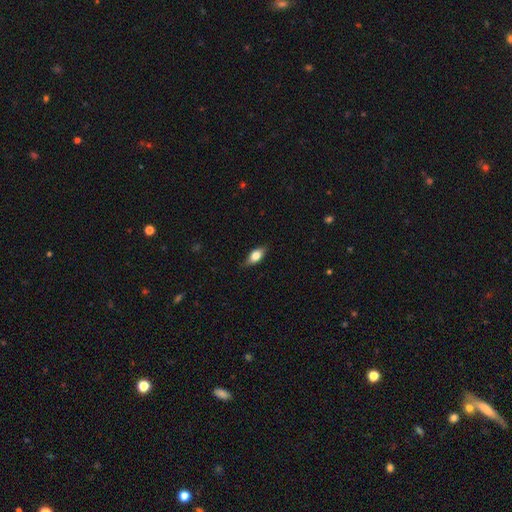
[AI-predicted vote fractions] A smooth galaxy with no disk features (73%) that is in between round and cigar-shaped (83%).

Vote fractions:
- Smooth or featured? smooth: 73% / featured or disk: 20% / star or artifact: 7%
- How rounded? in between: 83% / cigar-shaped: 12% / round: 5%
- Merging? none: 83% / minor disturbance: 14% / major disturbance: 3% / merger: 1%